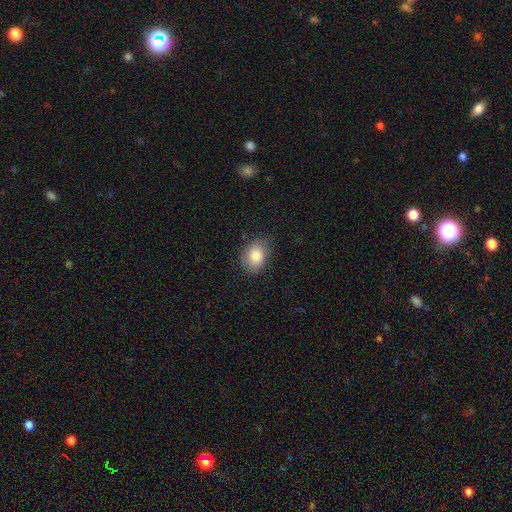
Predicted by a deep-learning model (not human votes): Overall: smooth (83%). How rounded: in between (63%; round 36%). Merging: none (75%).